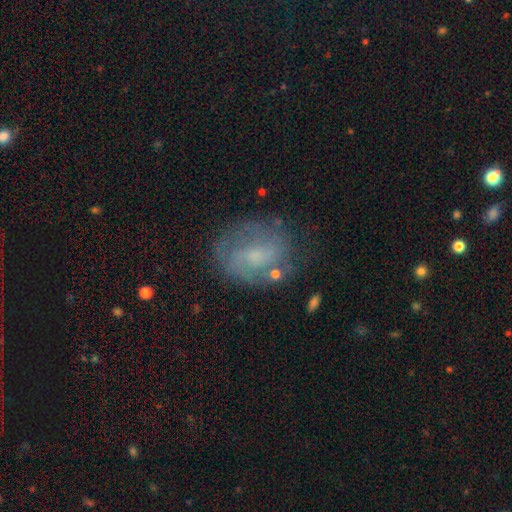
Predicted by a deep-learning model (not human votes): This is possibly a featured or disk galaxy (57%). It is clearly not viewed edge-on (96%). Bar: possibly no (46%). Spiral arm pattern: likely yes (72%). Central bulge: possibly small (46%). Merging: likely none (65%).